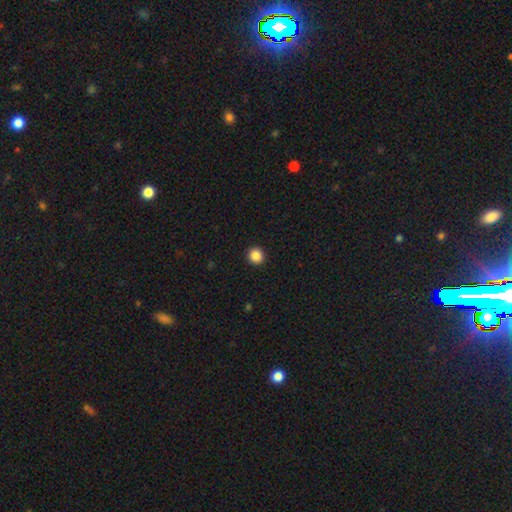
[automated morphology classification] Q: Smooth or featured?
A: smooth (87%); runner-up: star or artifact (10%)
Q: How rounded?
A: round (93%); runner-up: in between (6%)
Q: Merging?
A: none (93%); runner-up: minor disturbance (4%)